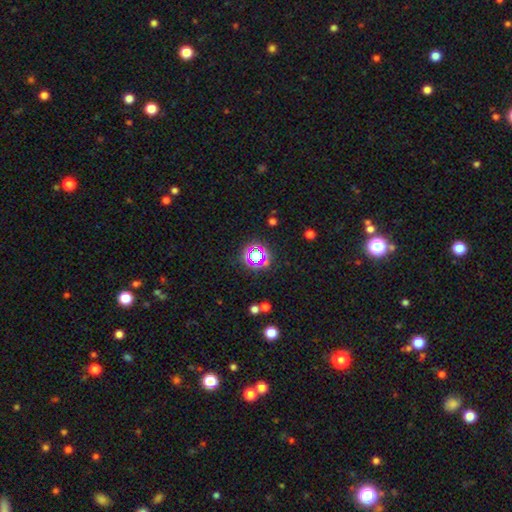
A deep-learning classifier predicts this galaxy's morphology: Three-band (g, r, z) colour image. It shows a star or artifact, not a galaxy (63%).